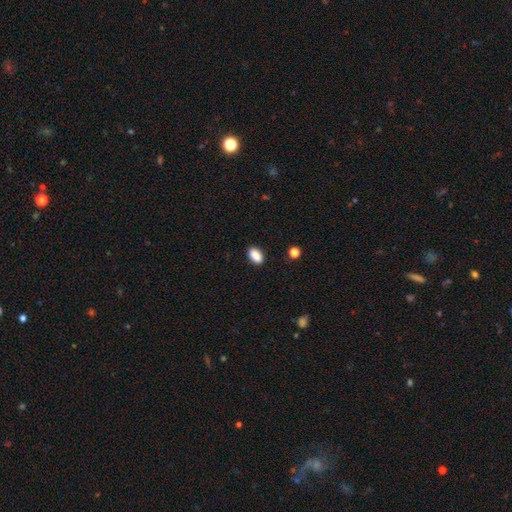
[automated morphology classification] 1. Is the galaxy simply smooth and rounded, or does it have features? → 89% smooth, 8% star or artifact, 3% featured or disk.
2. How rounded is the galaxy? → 90% in between, 8% round, 2% cigar-shaped.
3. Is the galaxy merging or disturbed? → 87% none, 9% minor disturbance, 2% major disturbance, 2% merger.